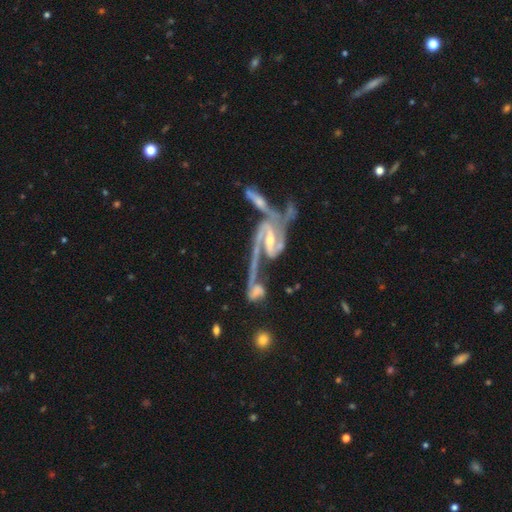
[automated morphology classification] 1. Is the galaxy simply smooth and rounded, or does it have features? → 83% featured or disk, 10% star or artifact, 7% smooth.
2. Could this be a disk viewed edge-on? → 90% no, 10% yes.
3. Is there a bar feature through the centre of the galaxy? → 44% no, 37% weak, 18% strong.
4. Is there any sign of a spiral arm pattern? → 92% yes, 8% no.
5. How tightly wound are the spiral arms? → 45% loose, 37% medium, 18% tight.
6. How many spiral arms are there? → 64% 2, 11% can't tell, 9% 1, 7% 3, 4% 4, 4% more than 4.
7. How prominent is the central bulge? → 56% small, 33% moderate, 5% none, 3% large, 2% dominant.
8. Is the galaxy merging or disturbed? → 39% merger, 30% none, 19% major disturbance, 12% minor disturbance.